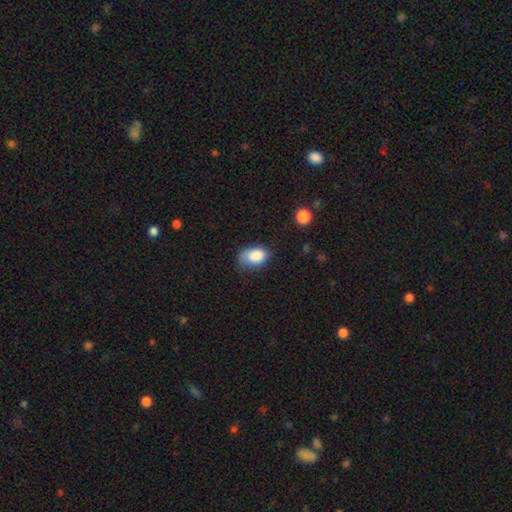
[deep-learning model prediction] Morphology: type=smooth (85%); roundness=in between (85%); merging=none (51%).